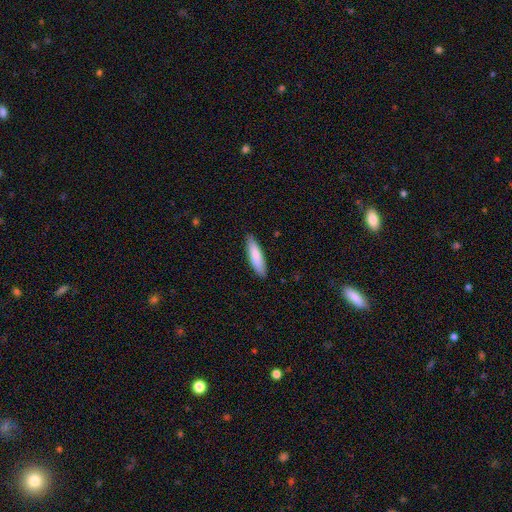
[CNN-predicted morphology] The model was most divided on "how rounded": cigar-shaped: 70%, in between: 29%, round: 1%. More confident: merging — none (88%); smooth or featured — smooth (83%).